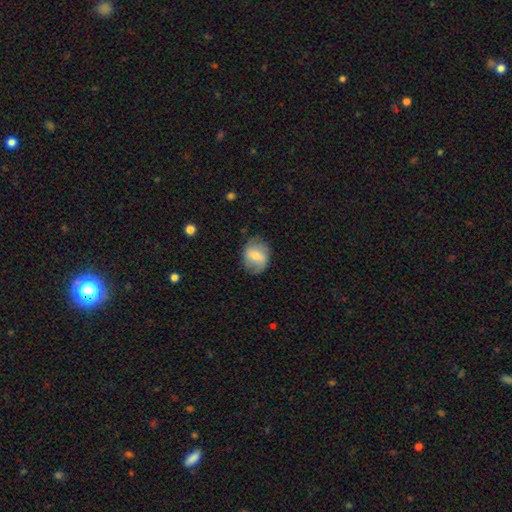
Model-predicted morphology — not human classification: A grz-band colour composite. It shows a smooth galaxy with no disk features (55%) that is round (50%). Merging: none (72%).